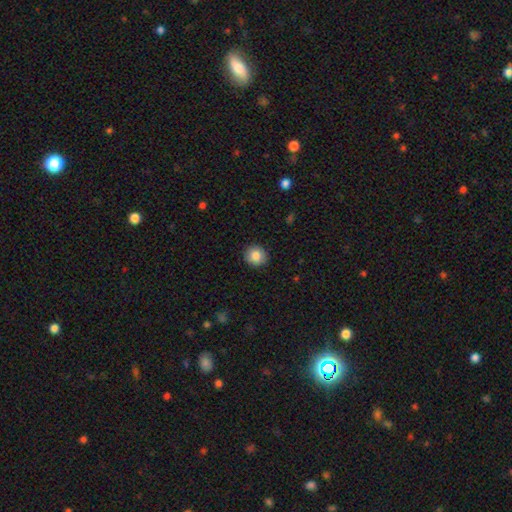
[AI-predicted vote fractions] Morphology: type=smooth (84%); roundness=round (88%); merging=none (91%).